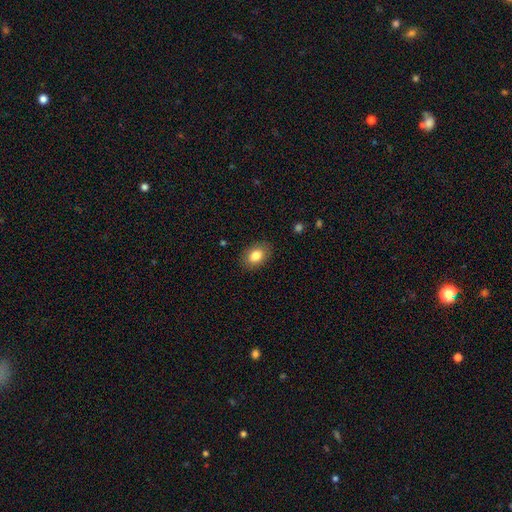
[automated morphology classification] Smooth or featured? smooth (83%)
How rounded? in between (80%)
Merging? none (86%)